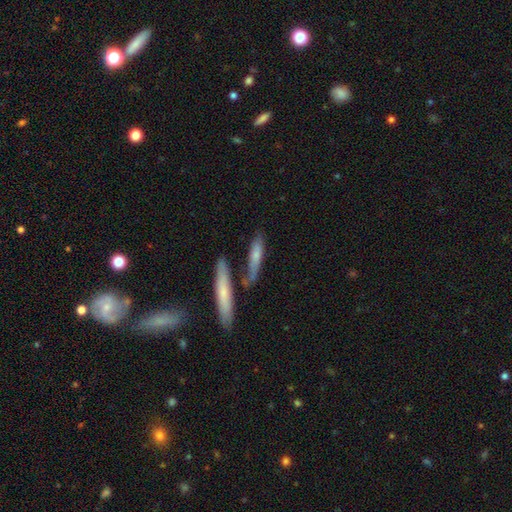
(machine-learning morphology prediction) smooth_or_featured: smooth (p=0.63) [alt: featured or disk p=0.31]
how_rounded: cigar-shaped (p=0.78) [alt: in between p=0.20]
merging: none (p=0.64) [alt: merger p=0.17]